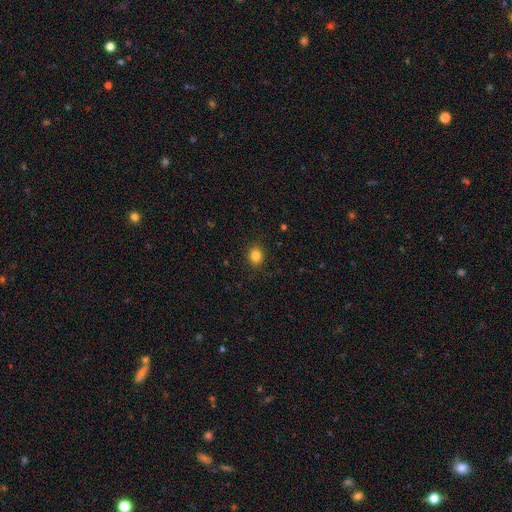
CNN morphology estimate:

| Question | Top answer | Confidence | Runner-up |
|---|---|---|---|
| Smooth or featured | smooth | 84% | star or artifact (11%) |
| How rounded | round | 62% | in between (37%) |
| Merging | none | 89% | minor disturbance (7%) |